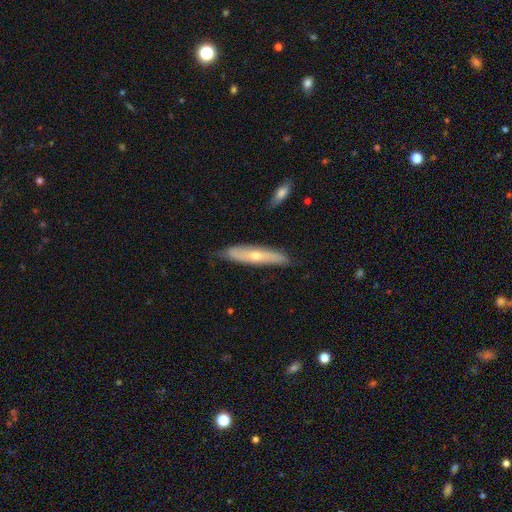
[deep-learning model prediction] Q: Smooth or featured?
A: featured or disk (51%); runner-up: smooth (42%)
Q: Edge-on disk?
A: yes (64%); runner-up: no (36%)
Q: Merging?
A: none (75%); runner-up: minor disturbance (21%)